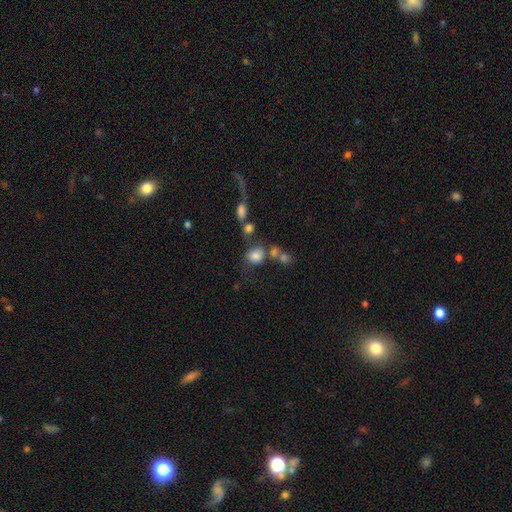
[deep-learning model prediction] smooth 77%, star or artifact 12%, featured or disk 11%. Down the decision tree: how rounded — round (61%); merging — none (42%).